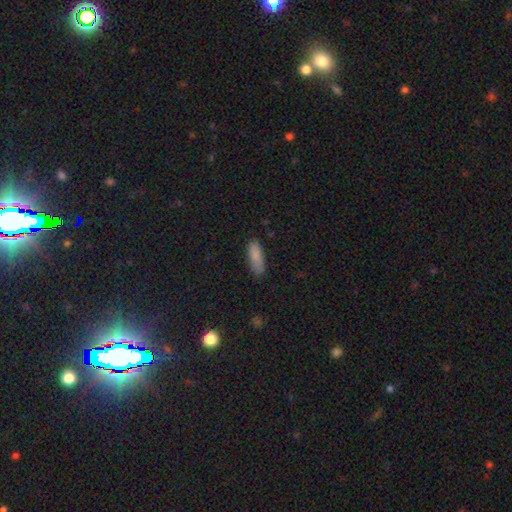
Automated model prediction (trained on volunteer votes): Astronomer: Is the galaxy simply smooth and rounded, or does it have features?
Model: smooth — 86%.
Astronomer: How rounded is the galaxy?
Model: in between — 60% (runner-up: cigar-shaped, 38%).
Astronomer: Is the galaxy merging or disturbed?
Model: none — 83%.